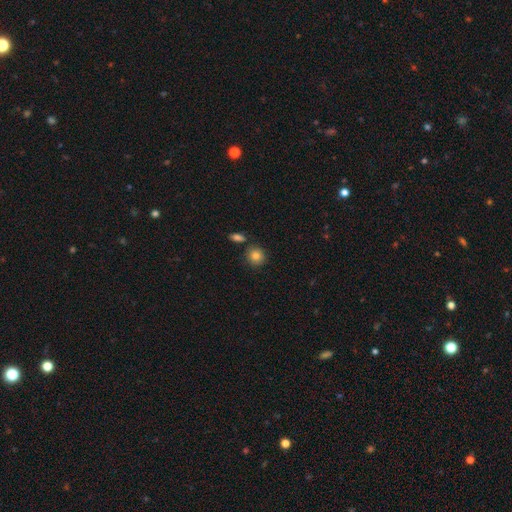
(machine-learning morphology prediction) Overall: smooth (83%). How rounded: round (88%). Merging: none (80%).